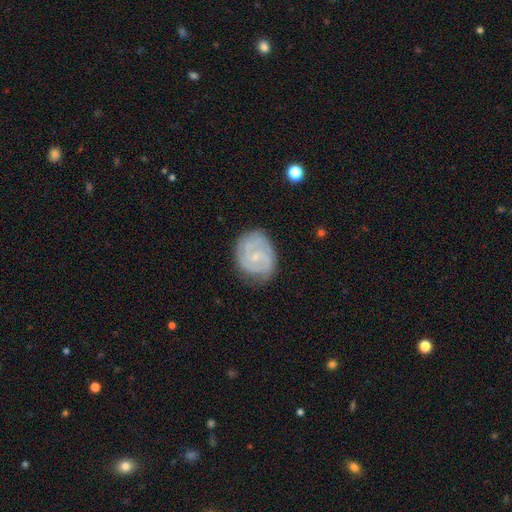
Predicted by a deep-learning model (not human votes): A featured or disk galaxy (78%) with no bar (57%), 2 (42%) tight (57%) spiral arms (93%) and a small central bulge (77%).

Vote fractions:
- Smooth or featured? featured or disk: 78% / smooth: 17% / star or artifact: 6%
- Edge-on disk? no: 98% / yes: 2%
- Bar? no: 57% / weak: 37% / strong: 6%
- Spiral arms? yes: 93% / no: 7%
- Spiral winding? tight: 57% / medium: 35% / loose: 9%
- Spiral arm count? 2: 42% / can't tell: 24% / 3: 20% / 4: 5% / 1: 4% / more than 4: 4%
- Bulge size? small: 77% / moderate: 16% / none: 5% / large: 1% / dominant: 1%
- Merging? none: 73% / minor disturbance: 20% / major disturbance: 6% / merger: 1%